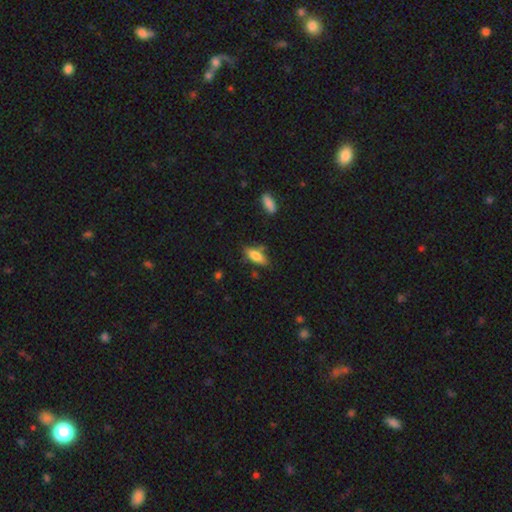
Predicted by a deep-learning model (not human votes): smooth 78%, featured or disk 14%, star or artifact 7%. Down the decision tree: how rounded — in between (71%); merging — none (71%).